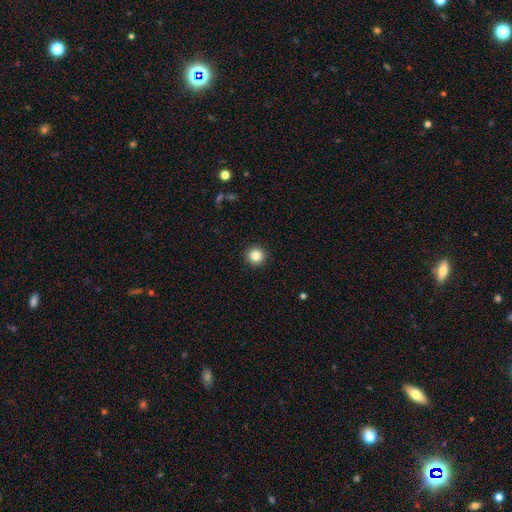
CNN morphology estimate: Smooth or featured: smooth — 85% (star or artifact — 11%)
How rounded: round — 95% (in between — 4%)
Merging: none — 93% (minor disturbance — 4%)